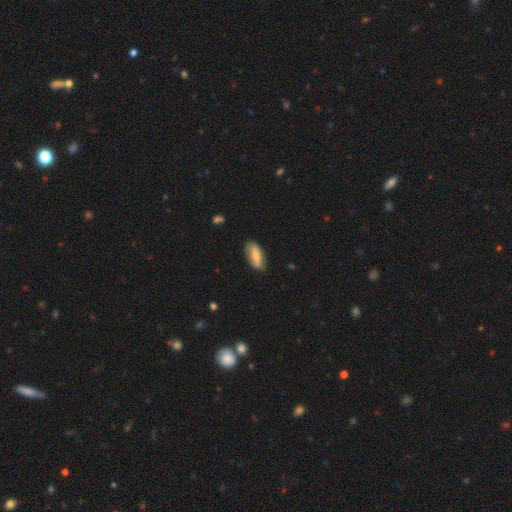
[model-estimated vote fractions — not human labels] Q: Smooth or featured?
A: smooth (64%); runner-up: featured or disk (29%)
Q: How rounded?
A: in between (87%); runner-up: cigar-shaped (11%)
Q: Merging?
A: none (77%); runner-up: minor disturbance (18%)